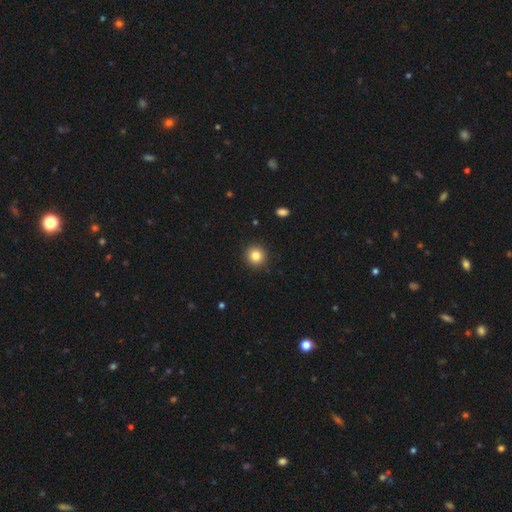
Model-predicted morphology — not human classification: Smooth or featured? smooth (83%)
How rounded? round (93%)
Merging? none (92%)